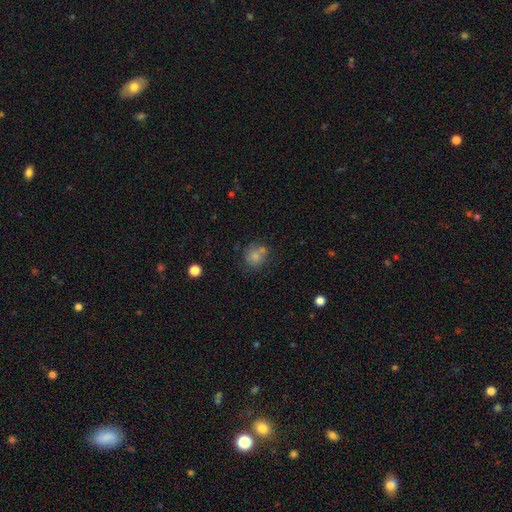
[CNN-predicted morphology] Smooth or featured? Predicted: smooth (p=0.74). How rounded? Predicted: round (p=0.84). Merging? Predicted: none (p=0.58).